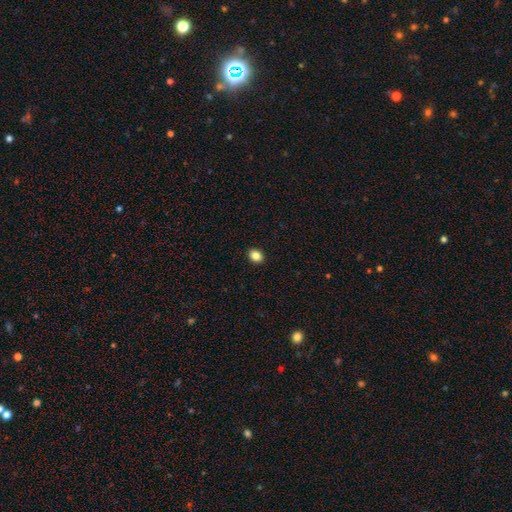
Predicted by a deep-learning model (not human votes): Smooth or featured: smooth — 86% (star or artifact — 10%)
How rounded: round — 54% (in between — 45%)
Merging: none — 92% (minor disturbance — 6%)